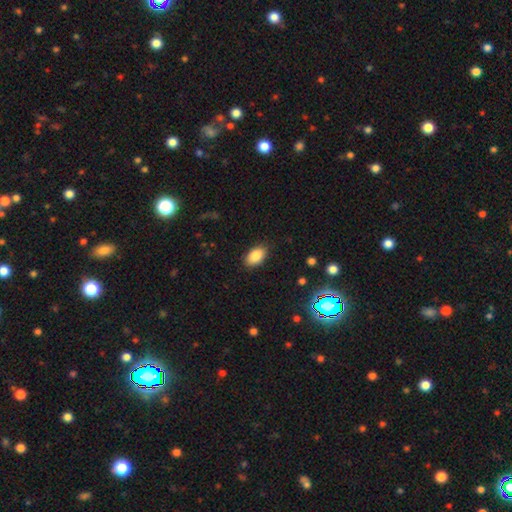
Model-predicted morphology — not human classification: The model was most divided on "merging": none: 85%, minor disturbance: 11%, major disturbance: 3%, merger: 1%. More confident: how rounded — in between (91%); smooth or featured — smooth (86%).